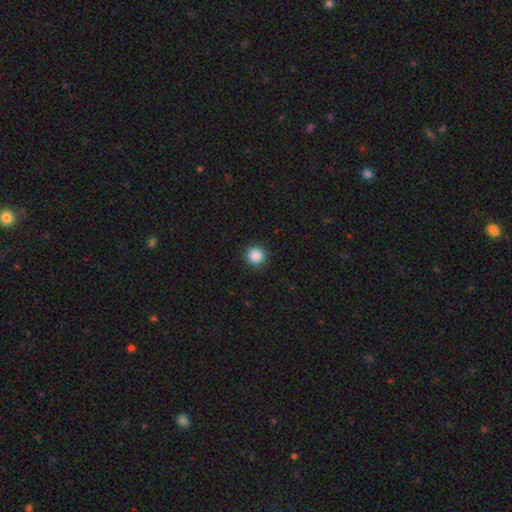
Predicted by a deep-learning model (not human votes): A smooth galaxy with no disk features (88%) that is round (95%). Merging: none (92%).